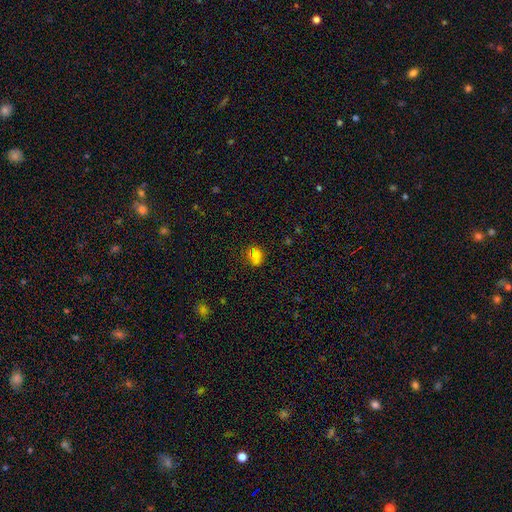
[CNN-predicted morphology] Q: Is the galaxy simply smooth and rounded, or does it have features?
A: smooth — 68%.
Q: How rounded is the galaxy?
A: round — 59%.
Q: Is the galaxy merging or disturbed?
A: none — 67%.